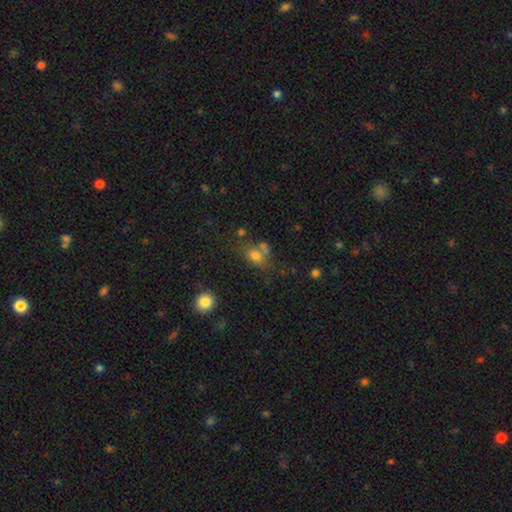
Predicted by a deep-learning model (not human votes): smooth 72%, star or artifact 16%, featured or disk 13%. Down the decision tree: how rounded — in between (58%); merging — none (48%).